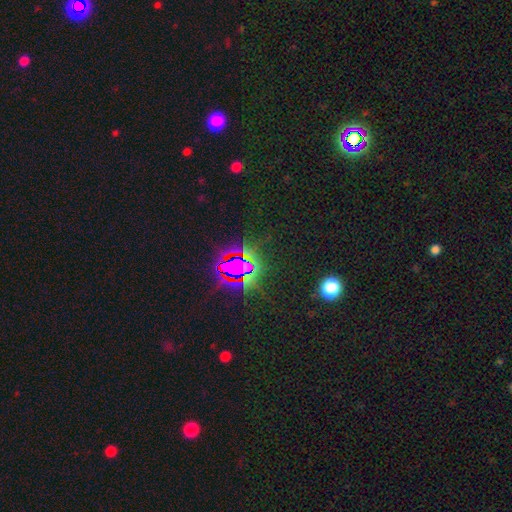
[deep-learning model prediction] A star or artifact, not a galaxy (82%).